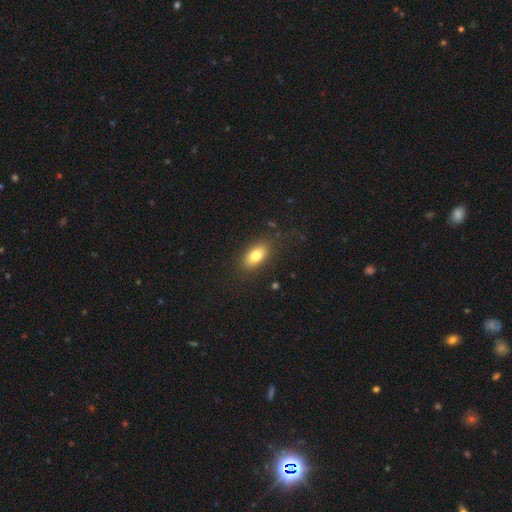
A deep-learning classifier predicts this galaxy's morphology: Q: Smooth or featured?
A: smooth (78%); runner-up: featured or disk (14%)
Q: How rounded?
A: in between (88%); runner-up: round (6%)
Q: Merging?
A: none (85%); runner-up: minor disturbance (10%)